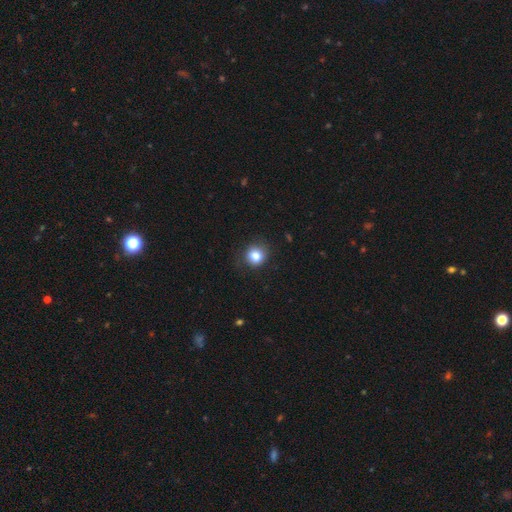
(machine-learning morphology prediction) This is clearly a smooth galaxy (83%). How rounded: clearly round (84%). Merging: clearly none (82%).